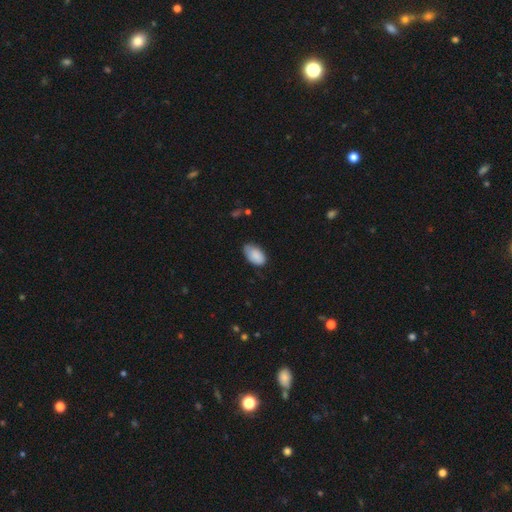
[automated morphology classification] smooth 87%, featured or disk 7%, star or artifact 6%. Down the decision tree: how rounded — in between (94%); merging — none (66%).